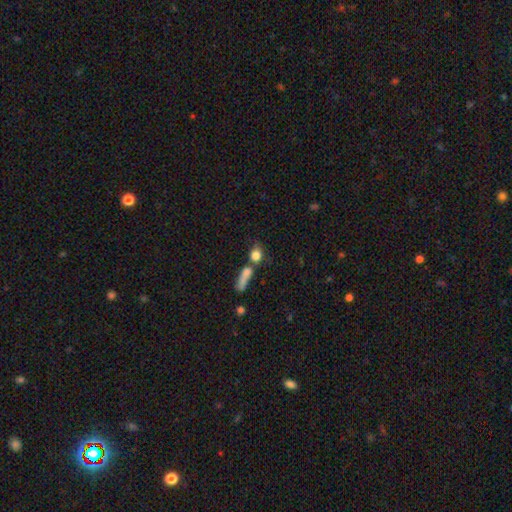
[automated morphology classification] Smooth or featured? smooth (78%)
How rounded? round (60%)
Merging? none (40%)